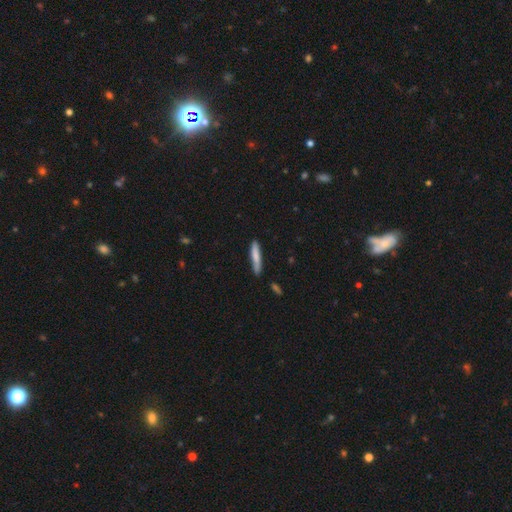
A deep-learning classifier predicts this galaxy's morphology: smooth_or_featured: smooth (p=0.75) [alt: featured or disk p=0.19]
how_rounded: cigar-shaped (p=0.90) [alt: in between p=0.08]
merging: none (p=0.79) [alt: minor disturbance p=0.16]